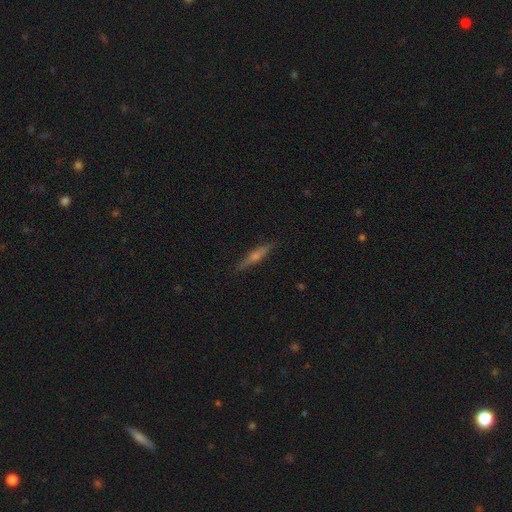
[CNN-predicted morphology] smooth-or-featured: featured or disk: 66% | smooth: 27% | star or artifact: 7%
  disk-edge-on: yes: 97% | no: 3%
    edge-on-bulge: rounded: 84% | none: 10% | boxy: 6%
  merging: none: 90% | minor disturbance: 8% | major disturbance: 1% | merger: 1%